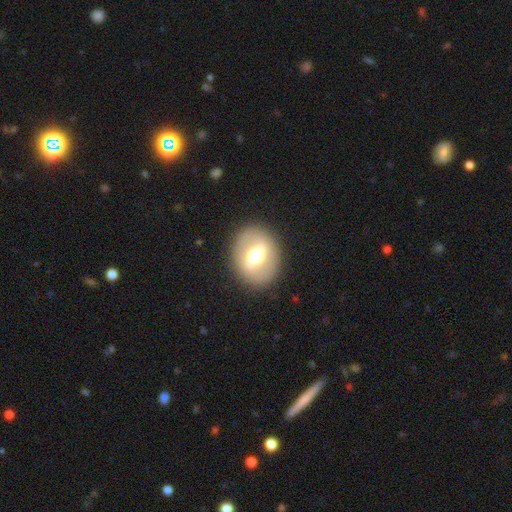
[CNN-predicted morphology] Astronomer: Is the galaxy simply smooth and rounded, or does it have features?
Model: featured or disk — 50% (runner-up: smooth, 42%).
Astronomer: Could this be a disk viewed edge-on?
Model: no — 86%.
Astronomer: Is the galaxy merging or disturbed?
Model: none — 88%.